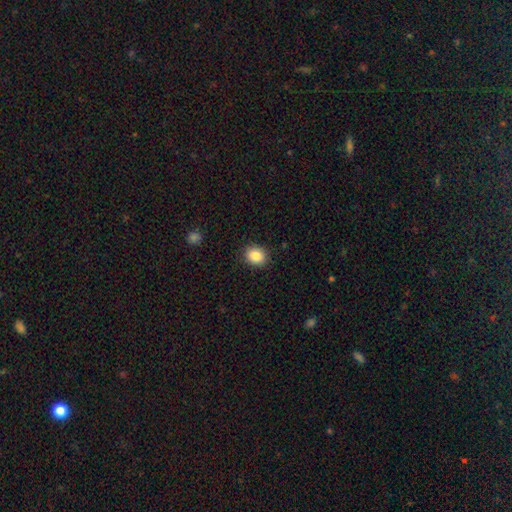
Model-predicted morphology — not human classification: This appears to be a smooth galaxy with no disk features (86%) that is round (61%). Merging: none (90%).